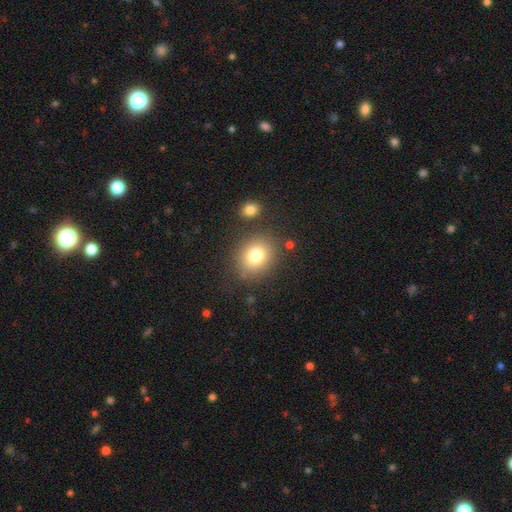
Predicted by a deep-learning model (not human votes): smooth_or_featured: smooth (p=0.78) [alt: star or artifact p=0.12]
how_rounded: round (p=0.64) [alt: in between p=0.35]
merging: none (p=0.80) [alt: minor disturbance p=0.10]